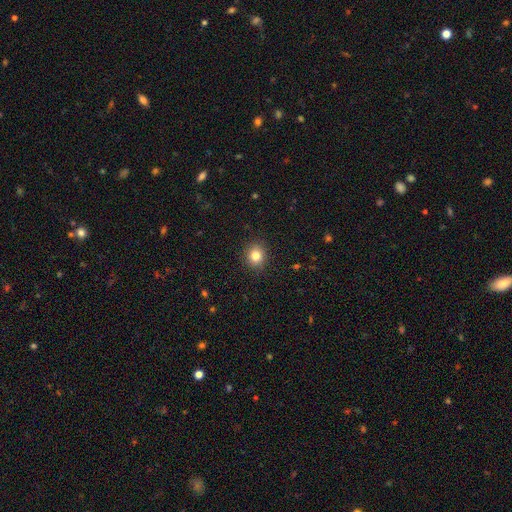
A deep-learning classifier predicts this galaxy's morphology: Overall: smooth (82%). How rounded: round (77%). Merging: none (90%).